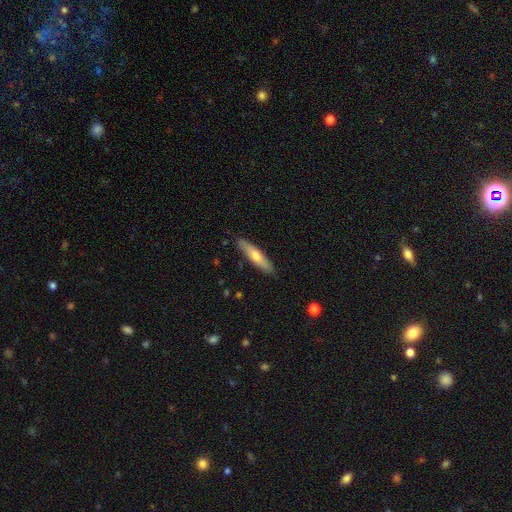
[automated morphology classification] Smooth or featured? Predicted: smooth (p=0.57). How rounded? Predicted: cigar-shaped (p=0.80). Merging? Predicted: none (p=0.88).